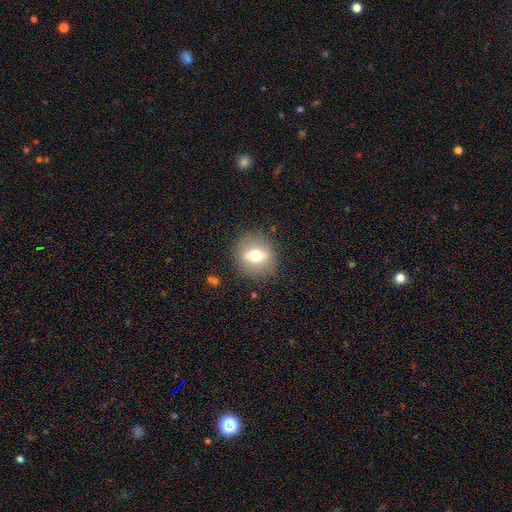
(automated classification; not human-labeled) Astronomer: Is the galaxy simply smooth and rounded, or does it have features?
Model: smooth — 54% (runner-up: featured or disk, 36%).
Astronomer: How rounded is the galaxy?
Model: round — 79%.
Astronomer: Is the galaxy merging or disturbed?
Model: none — 86%.